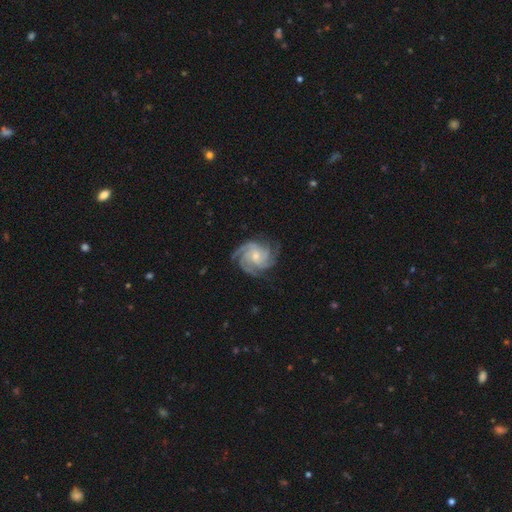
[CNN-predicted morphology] type=featured or disk (90%); edge-on=no (98%); bar=no (69%); spiral arms=yes (99%); winding=tight (65%); arm count=4 (41%); bulge=small (56%); merging=none (79%).